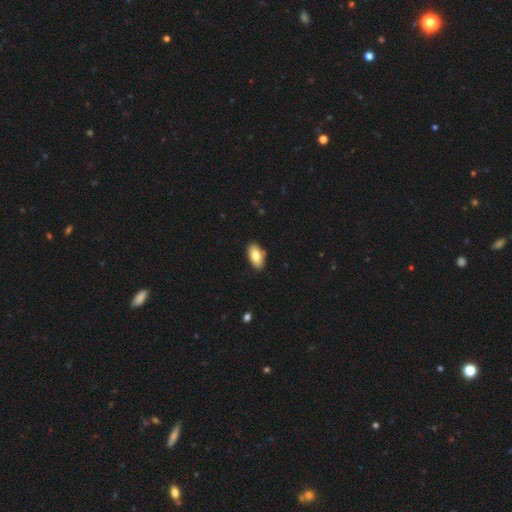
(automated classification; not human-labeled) This appears to be a smooth galaxy with no disk features (80%) that is in between round and cigar-shaped (94%). Merging: none (87%).